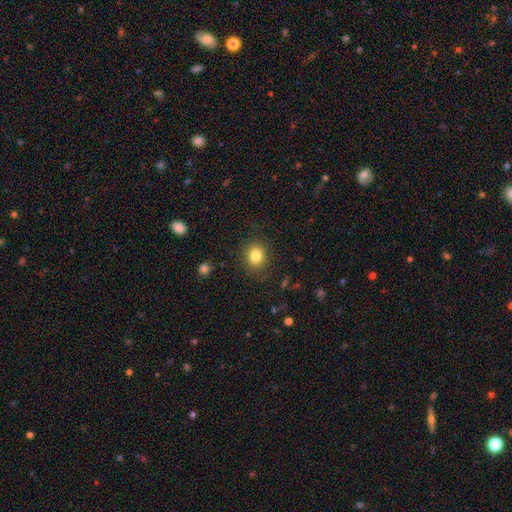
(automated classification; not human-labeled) A smooth galaxy with no disk features (82%) that is round (75%). Merging: none (86%).